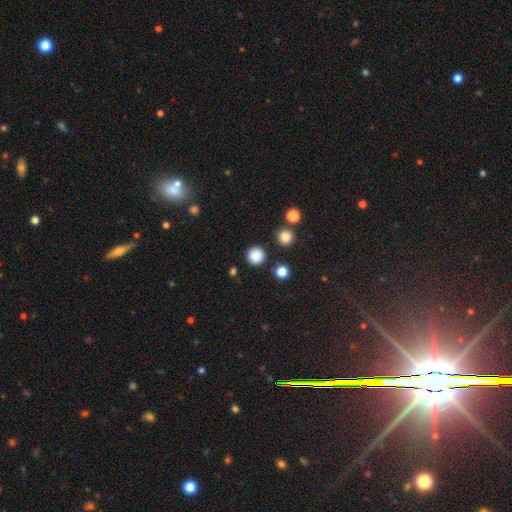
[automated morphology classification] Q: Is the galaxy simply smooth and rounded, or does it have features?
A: smooth — 85%.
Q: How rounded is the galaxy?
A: round — 95%.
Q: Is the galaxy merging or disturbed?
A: none — 88%.